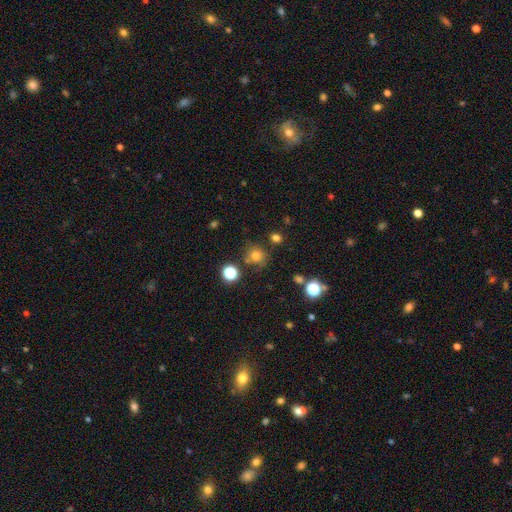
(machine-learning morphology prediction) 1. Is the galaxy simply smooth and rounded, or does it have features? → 73% smooth, 19% star or artifact, 8% featured or disk.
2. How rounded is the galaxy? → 85% round, 14% in between, 1% cigar-shaped.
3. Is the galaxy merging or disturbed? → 73% none, 14% minor disturbance, 8% merger, 5% major disturbance.